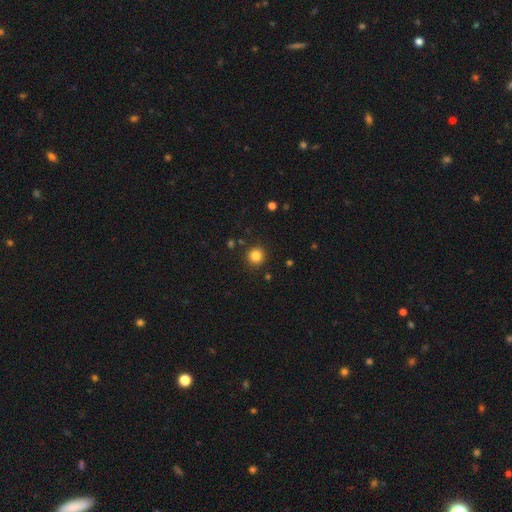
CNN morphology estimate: smooth-or-featured: smooth: 84% | star or artifact: 12% | featured or disk: 4%
  how-rounded: round: 94% | in between: 5% | cigar-shaped: 1%
  merging: none: 90% | minor disturbance: 6% | major disturbance: 2% | merger: 2%